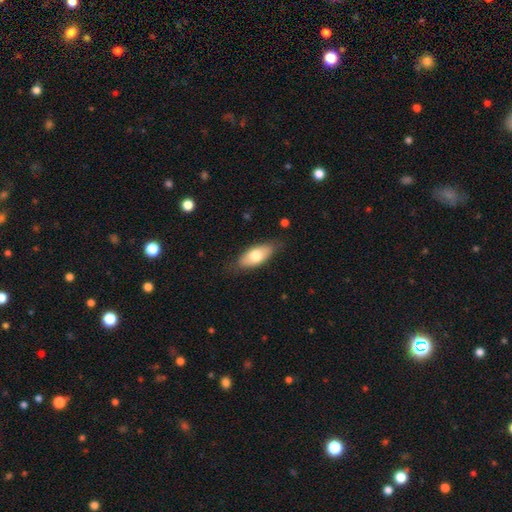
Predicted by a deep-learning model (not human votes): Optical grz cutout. It shows a smooth galaxy with no disk features (71%) that is in between round and cigar-shaped (86%). Merging: none (79%).